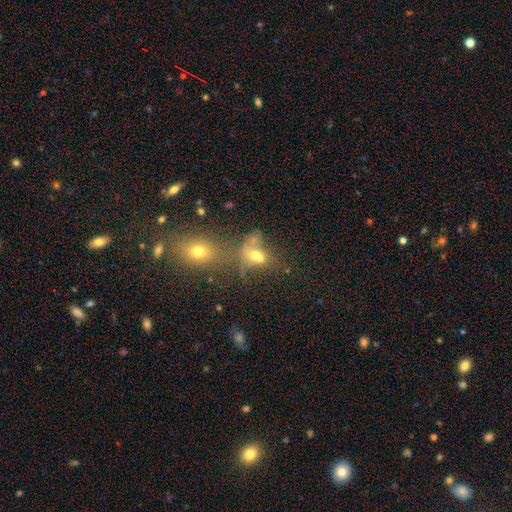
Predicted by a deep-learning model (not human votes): smooth_or_featured: smooth (p=0.55) [alt: featured or disk p=0.23]
how_rounded: in between (p=0.66) [alt: round p=0.31]
merging: merger (p=0.43) [alt: none p=0.32]